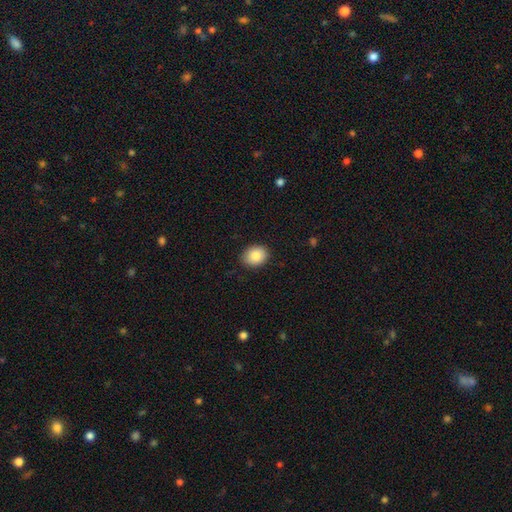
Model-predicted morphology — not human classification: This is clearly a smooth galaxy (87%). How rounded: possibly in between (56%). Merging: clearly none (87%).